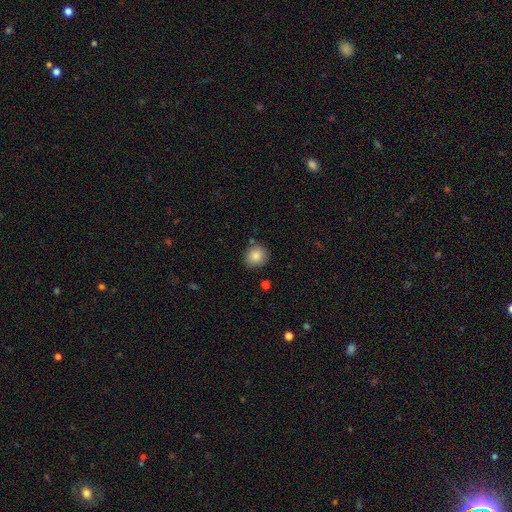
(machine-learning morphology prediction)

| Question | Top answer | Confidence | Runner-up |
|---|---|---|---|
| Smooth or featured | smooth | 87% | star or artifact (9%) |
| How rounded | round | 86% | in between (13%) |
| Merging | none | 82% | minor disturbance (11%) |